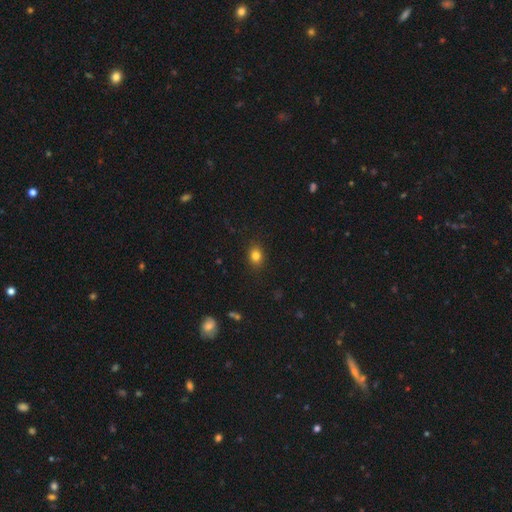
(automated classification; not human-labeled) Q: Smooth or featured?
A: smooth (83%); runner-up: star or artifact (11%)
Q: How rounded?
A: in between (55%); runner-up: round (43%)
Q: Merging?
A: none (89%); runner-up: minor disturbance (8%)